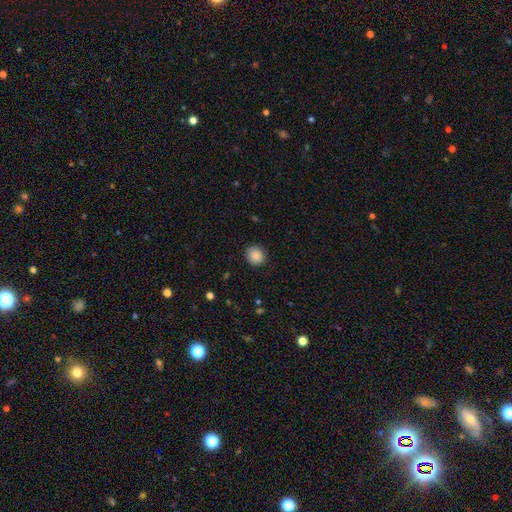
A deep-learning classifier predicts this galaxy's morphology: smooth 88%, star or artifact 9%, featured or disk 3%. Down the decision tree: how rounded — round (85%); merging — none (88%).